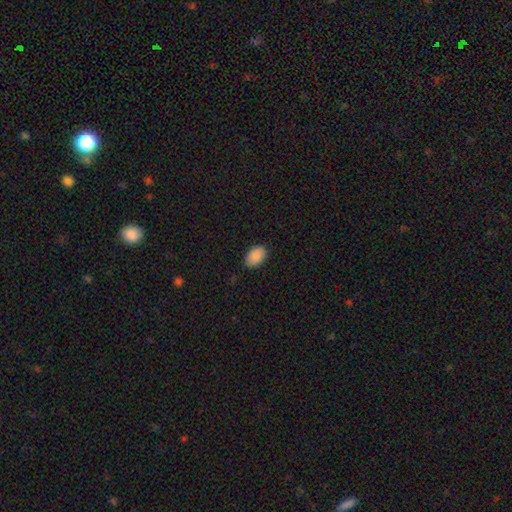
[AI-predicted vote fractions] smooth 90%, star or artifact 7%, featured or disk 3%. Down the decision tree: how rounded — in between (89%); merging — none (86%).